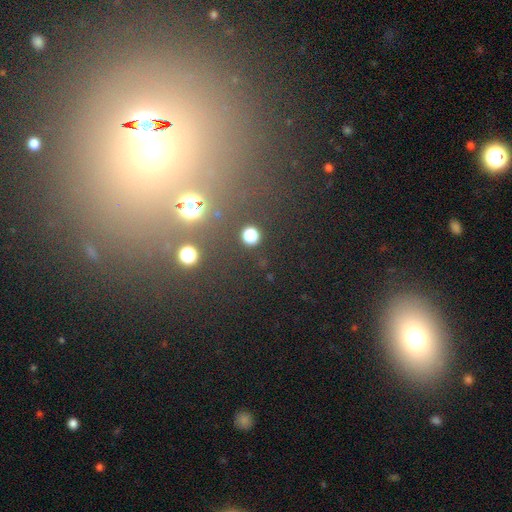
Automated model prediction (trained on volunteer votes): A star or artifact, not a galaxy (44%).

Vote fractions:
- Smooth or featured? star or artifact: 44% / smooth: 41% / featured or disk: 15%